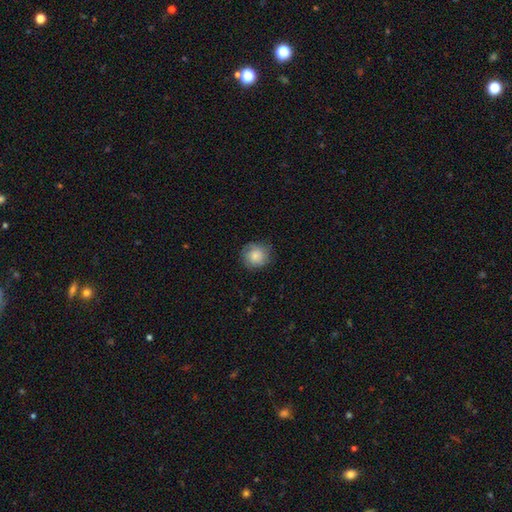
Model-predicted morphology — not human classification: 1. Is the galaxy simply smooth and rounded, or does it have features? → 75% smooth, 17% featured or disk, 8% star or artifact.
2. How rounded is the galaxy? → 87% round, 12% in between, 1% cigar-shaped.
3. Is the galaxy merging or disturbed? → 76% none, 18% minor disturbance, 5% major disturbance, 1% merger.